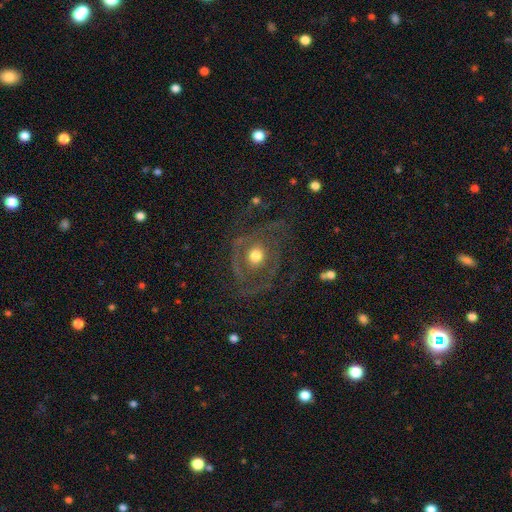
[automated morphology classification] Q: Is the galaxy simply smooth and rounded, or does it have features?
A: featured or disk — 70%.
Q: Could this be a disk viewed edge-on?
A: no — 96%.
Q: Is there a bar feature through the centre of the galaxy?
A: no — 82%.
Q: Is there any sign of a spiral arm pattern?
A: yes — 59%.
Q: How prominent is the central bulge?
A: moderate — 71%.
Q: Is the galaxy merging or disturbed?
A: none — 61%.